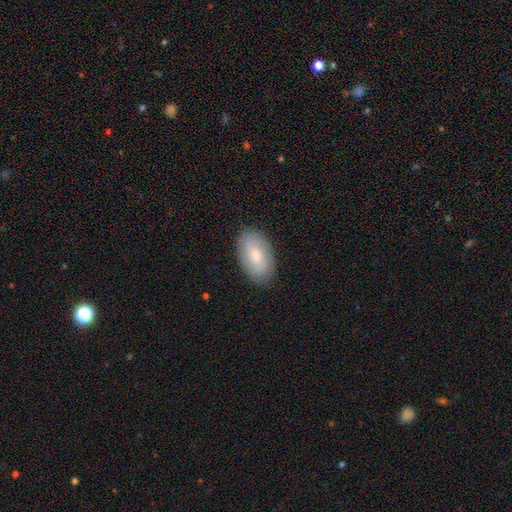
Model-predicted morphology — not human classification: Overall: smooth (68%). How rounded: in between (93%). Merging: none (86%).